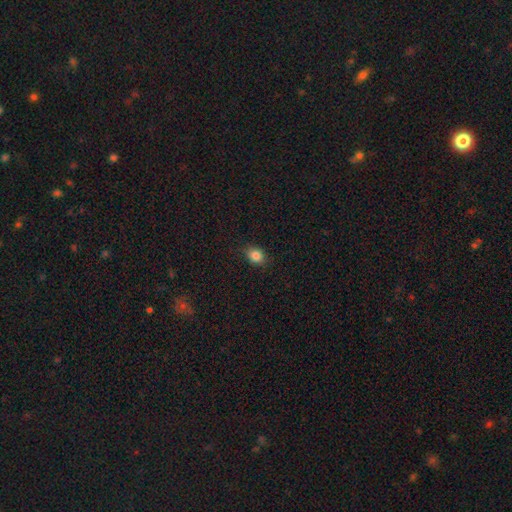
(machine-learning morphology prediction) smooth-or-featured: smooth: 84% | star or artifact: 10% | featured or disk: 5%
  how-rounded: round: 52% | in between: 47% | cigar-shaped: 1%
  merging: none: 85% | minor disturbance: 12% | major disturbance: 2% | merger: 1%